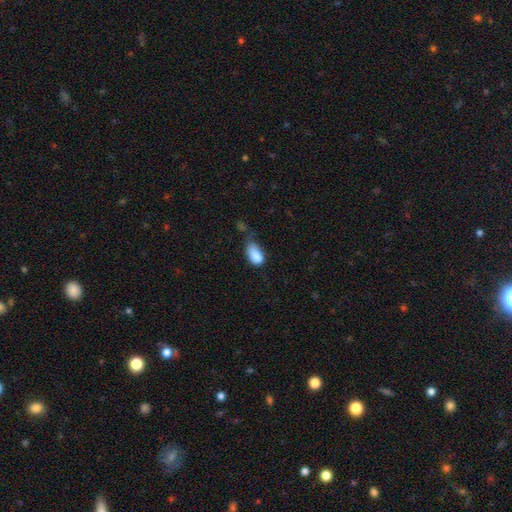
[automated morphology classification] Smooth or featured? Predicted: smooth (p=0.85). How rounded? Predicted: in between (p=0.91). Merging? Predicted: minor disturbance (p=0.40).